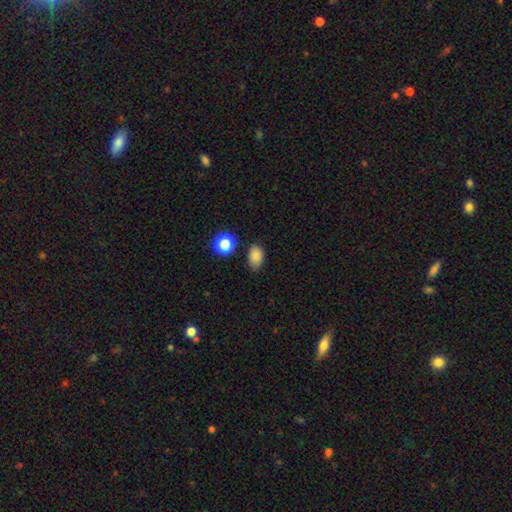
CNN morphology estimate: This appears to be a smooth galaxy with no disk features (83%) that is in between round and cigar-shaped (79%). Merging: none (72%).